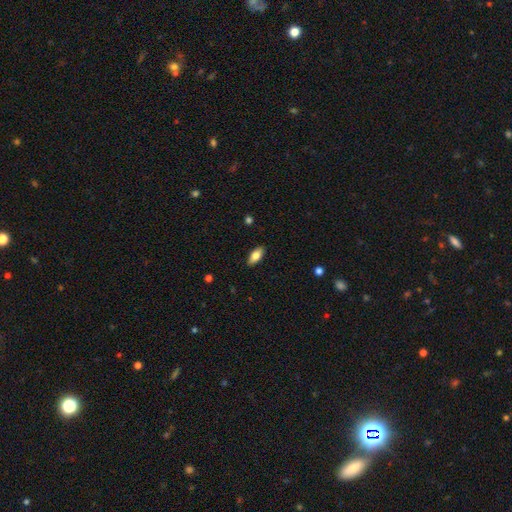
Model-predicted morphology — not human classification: smooth_or_featured: smooth (p=0.78) [alt: featured or disk p=0.15]
how_rounded: in between (p=0.87) [alt: cigar-shaped p=0.11]
merging: none (p=0.89) [alt: minor disturbance p=0.09]